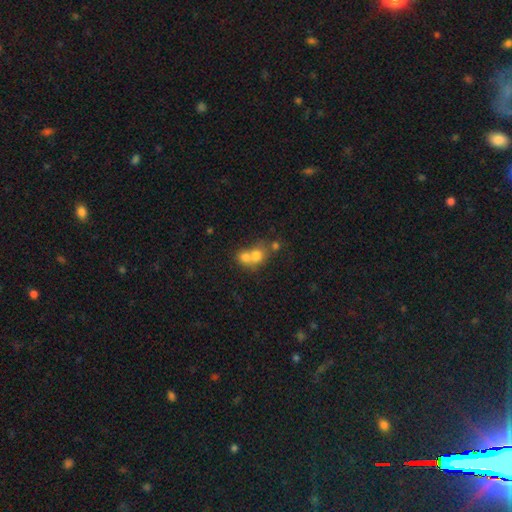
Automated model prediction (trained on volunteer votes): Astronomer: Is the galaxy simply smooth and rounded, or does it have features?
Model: smooth — 70%.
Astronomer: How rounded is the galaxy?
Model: round — 72%.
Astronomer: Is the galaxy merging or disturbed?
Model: merger — 67%.